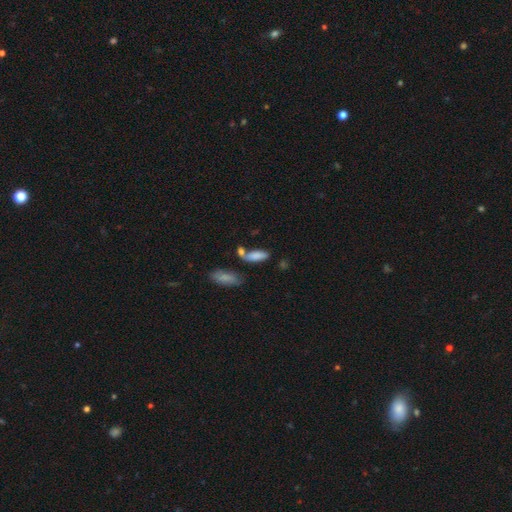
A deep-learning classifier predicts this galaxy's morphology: Smooth or featured: smooth — 80% (featured or disk — 12%)
How rounded: in between — 70% (cigar-shaped — 27%)
Merging: none — 49% (merger — 25%)